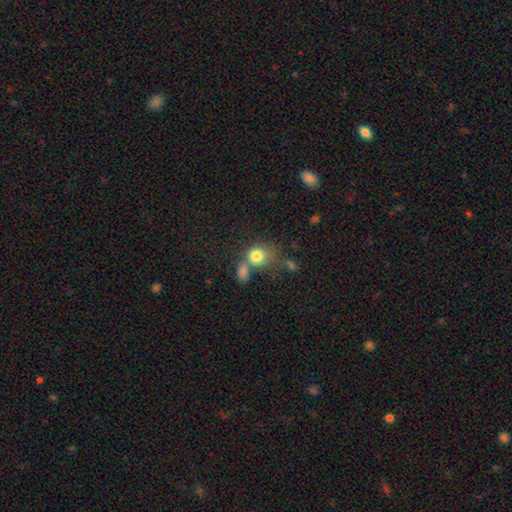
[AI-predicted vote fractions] A smooth galaxy with no disk features (79%) that is round (67%). Merging: none (39%).